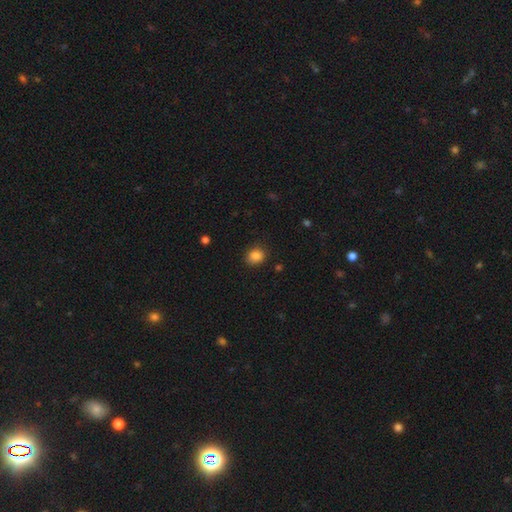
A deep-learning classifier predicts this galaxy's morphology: A smooth galaxy with no disk features (85%) that is round (65%). Merging: none (87%).